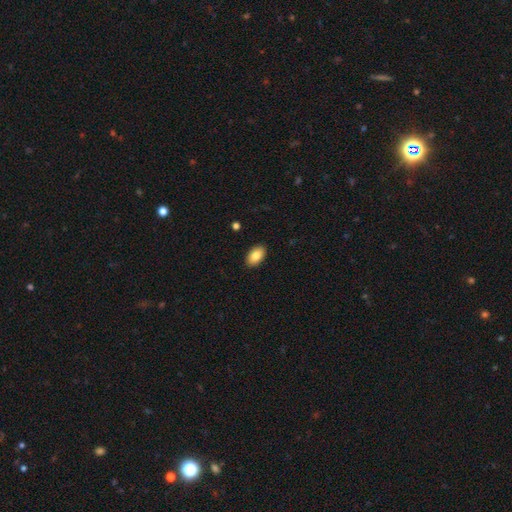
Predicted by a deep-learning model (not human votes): smooth 85%, featured or disk 8%, star or artifact 7%. Down the decision tree: how rounded — in between (93%); merging — none (90%).